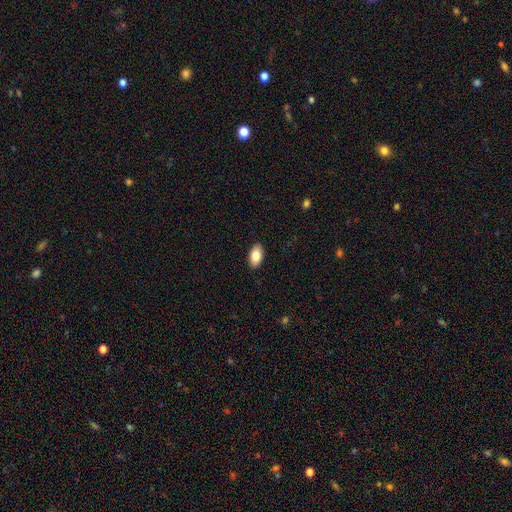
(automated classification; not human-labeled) smooth-or-featured: smooth: 83% | featured or disk: 11% | star or artifact: 7%
  how-rounded: in between: 94% | round: 4% | cigar-shaped: 3%
  merging: none: 90% | minor disturbance: 7% | major disturbance: 2% | merger: 1%